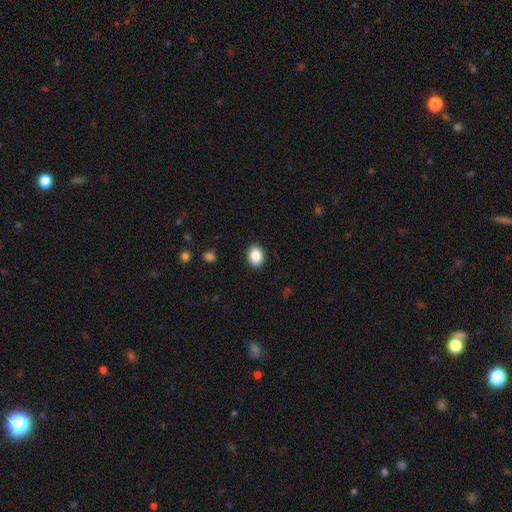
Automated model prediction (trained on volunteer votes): A smooth galaxy with no disk features (87%) that is in between round and cigar-shaped (69%). Merging: none (90%).